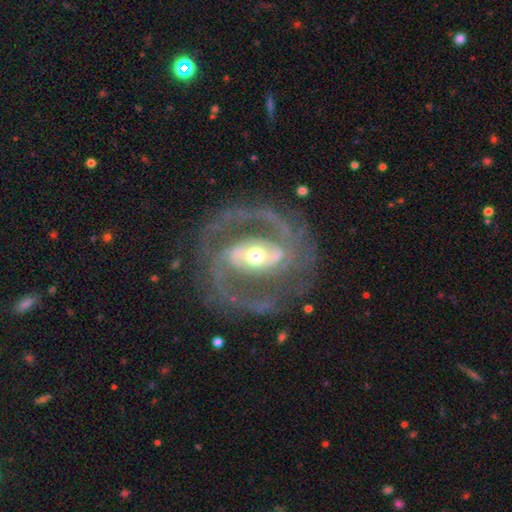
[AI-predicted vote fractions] Smooth or featured? featured or disk (91%)
Edge-on disk? no (97%)
Bar? strong (42%)
Spiral arms? yes (96%)
Spiral winding? medium (53%)
Spiral arm count? 2 (82%)
Bulge size? moderate (64%)
Merging? none (75%)